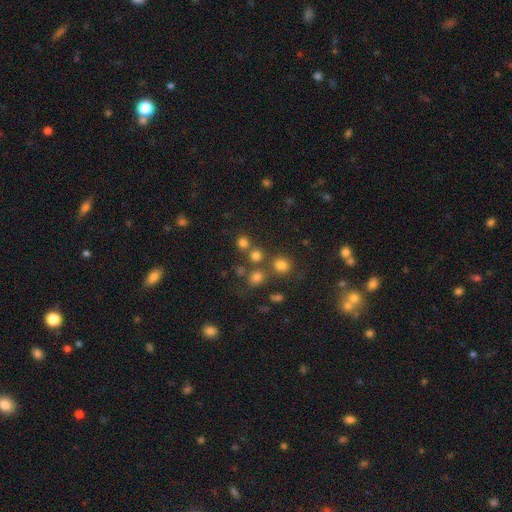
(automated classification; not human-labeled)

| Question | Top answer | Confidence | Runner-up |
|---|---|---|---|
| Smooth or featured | smooth | 72% | star or artifact (20%) |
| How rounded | round | 88% | in between (11%) |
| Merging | none | 68% | merger (21%) |